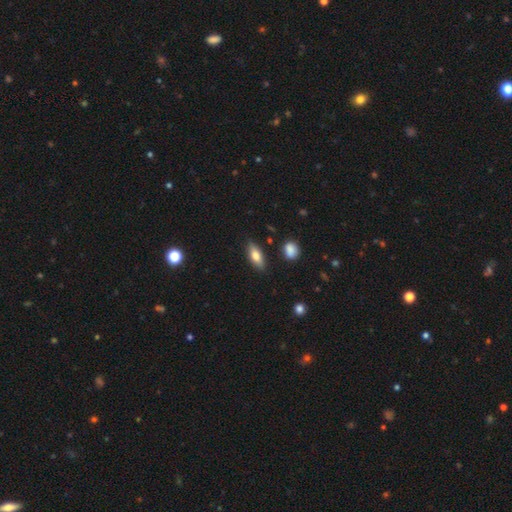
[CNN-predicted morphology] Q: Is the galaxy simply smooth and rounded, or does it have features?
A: smooth — 76%.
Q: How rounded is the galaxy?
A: in between — 76%.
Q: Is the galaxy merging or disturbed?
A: none — 83%.